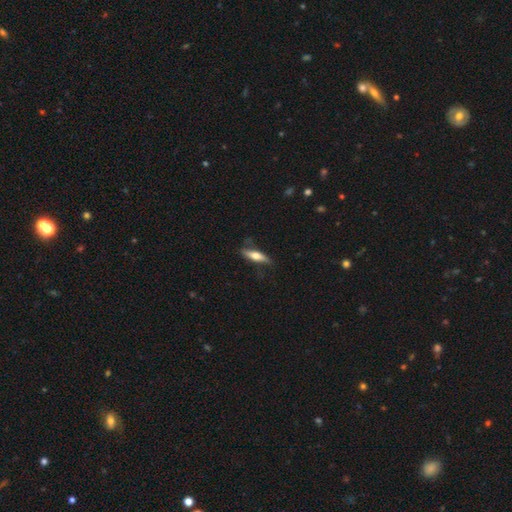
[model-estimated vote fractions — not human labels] Q: Smooth or featured?
A: smooth (55%); runner-up: featured or disk (40%)
Q: How rounded?
A: cigar-shaped (66%); runner-up: in between (32%)
Q: Merging?
A: none (71%); runner-up: minor disturbance (21%)